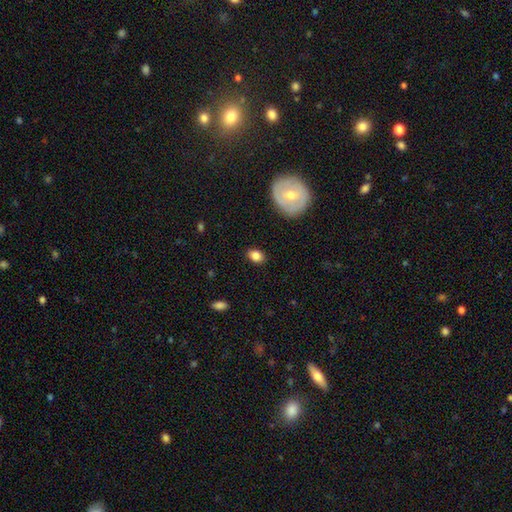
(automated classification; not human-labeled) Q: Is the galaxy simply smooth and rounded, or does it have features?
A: smooth — 82%.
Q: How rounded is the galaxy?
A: in between — 75%.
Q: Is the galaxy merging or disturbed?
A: none — 85%.